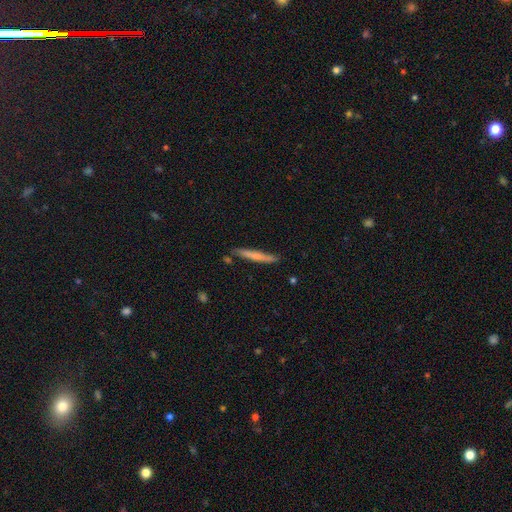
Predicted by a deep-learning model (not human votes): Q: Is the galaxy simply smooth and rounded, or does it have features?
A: smooth — 62%.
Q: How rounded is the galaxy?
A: cigar-shaped — 96%.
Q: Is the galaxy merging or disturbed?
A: none — 83%.